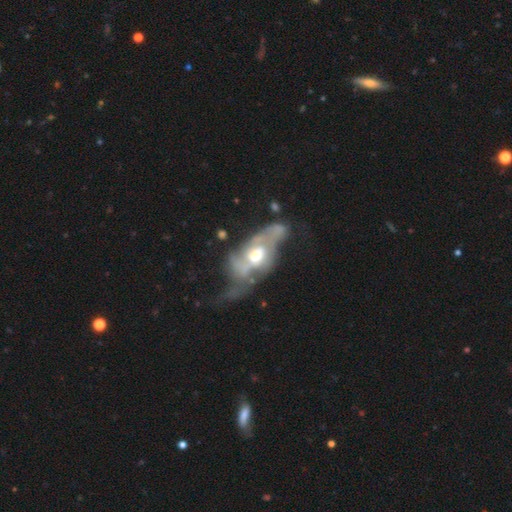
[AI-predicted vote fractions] The model was most divided on "spiral arms": yes: 53%, no: 47%. More confident: edge-on disk — no (91%); smooth or featured — featured or disk (69%); bar — no (69%); bulge size — moderate (66%); merging — major disturbance (51%).